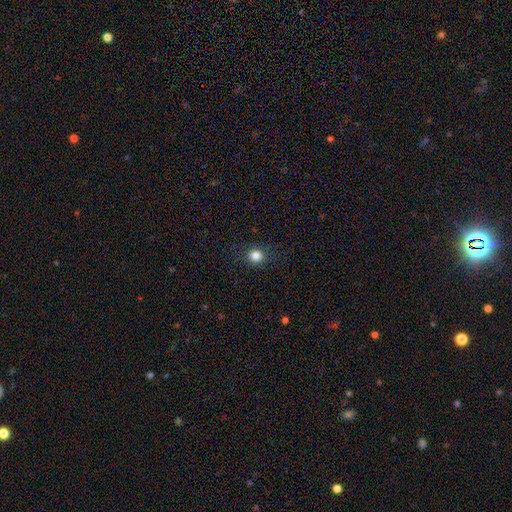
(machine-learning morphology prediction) The model was most divided on "how rounded": round: 81%, in between: 18%, cigar-shaped: 1%. More confident: merging — none (89%); smooth or featured — smooth (83%).